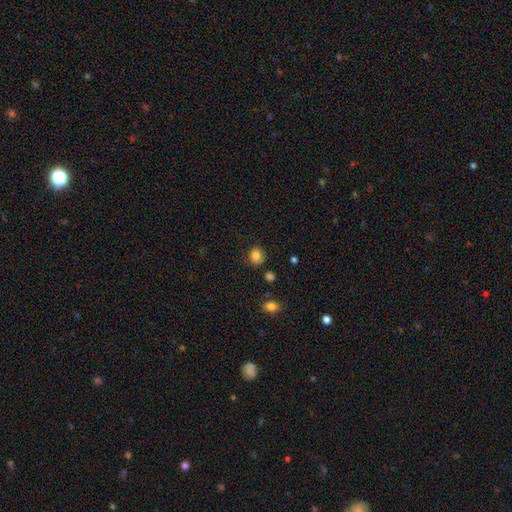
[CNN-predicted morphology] Overall: smooth (84%). How rounded: round (83%). Merging: none (84%).